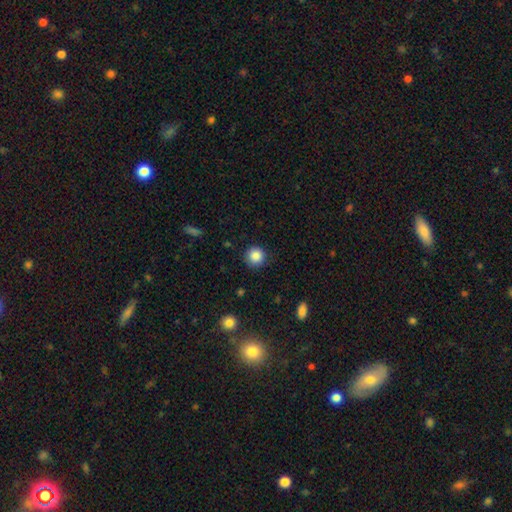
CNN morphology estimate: type=smooth (86%); roundness=round (94%); merging=none (89%).